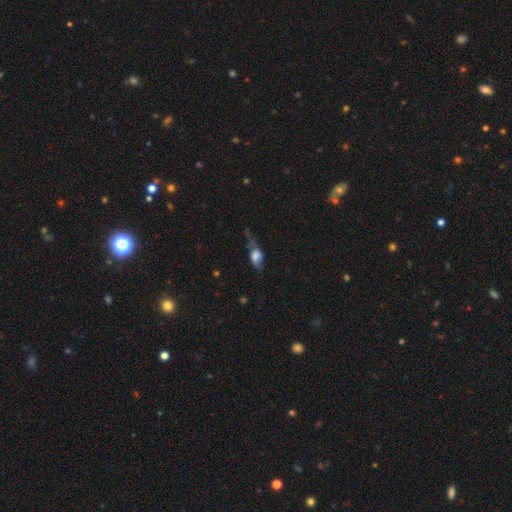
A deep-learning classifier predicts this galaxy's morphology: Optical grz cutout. It shows a smooth galaxy with no disk features (57%) that is in between round and cigar-shaped (73%). Merging: none (33%).